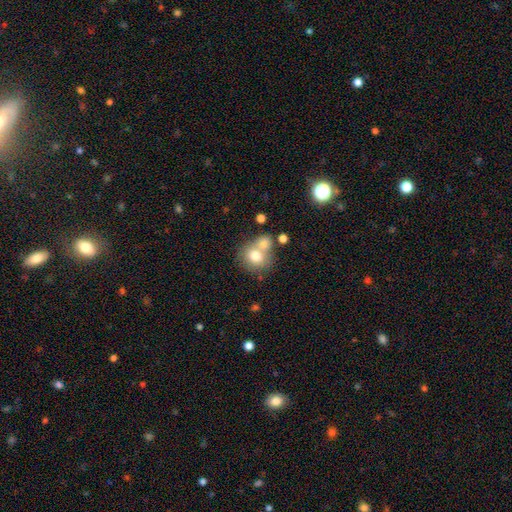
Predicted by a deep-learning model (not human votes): A smooth galaxy with no disk features (75%) that is round (74%).

Vote fractions:
- Smooth or featured? smooth: 75% / featured or disk: 16% / star or artifact: 10%
- How rounded? round: 74% / in between: 25% / cigar-shaped: 1%
- Merging? merger: 47% / none: 39% / minor disturbance: 10% / major disturbance: 4%